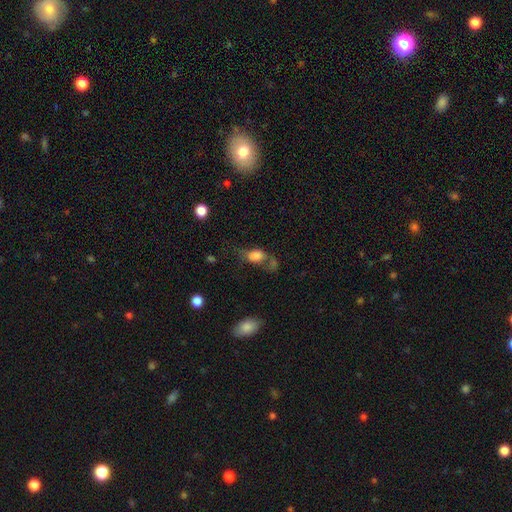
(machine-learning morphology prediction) Smooth or featured?
  - smooth: 72% *
  - featured or disk: 17%
  - star or artifact: 11%
How rounded?
  - in between: 76% *
  - round: 20%
  - cigar-shaped: 4%
Merging?
  - none: 29% * (tied)
  - major disturbance: 29% * (tied)
  - minor disturbance: 21%
  - merger: 21%